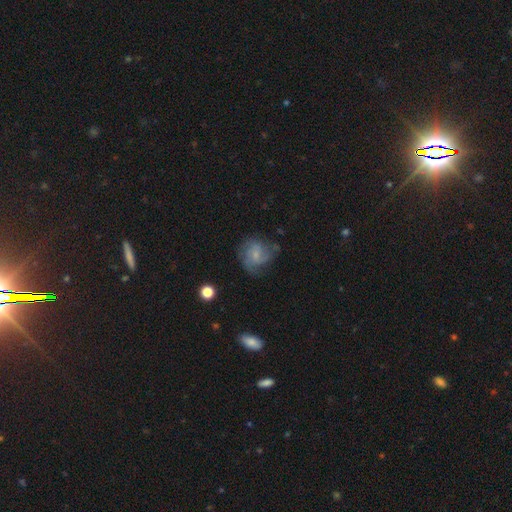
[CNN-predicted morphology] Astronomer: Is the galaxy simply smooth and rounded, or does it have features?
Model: featured or disk — 50% (runner-up: smooth, 41%).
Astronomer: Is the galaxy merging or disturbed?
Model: none — 55%.